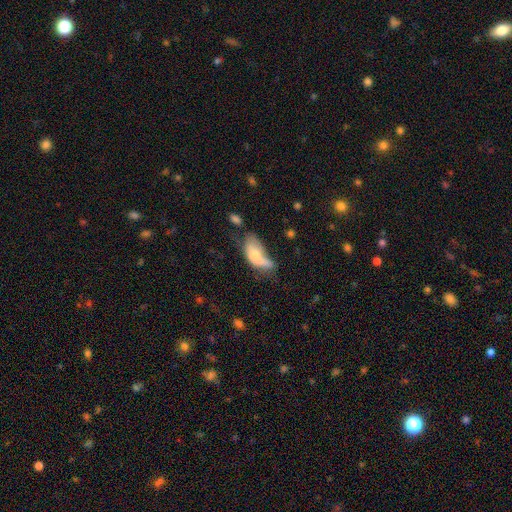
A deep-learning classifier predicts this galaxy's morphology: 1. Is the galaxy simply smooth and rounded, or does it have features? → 64% smooth, 28% featured or disk, 8% star or artifact.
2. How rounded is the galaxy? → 87% in between, 9% cigar-shaped, 5% round.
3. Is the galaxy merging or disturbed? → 35% major disturbance, 25% minor disturbance, 20% none, 20% merger.